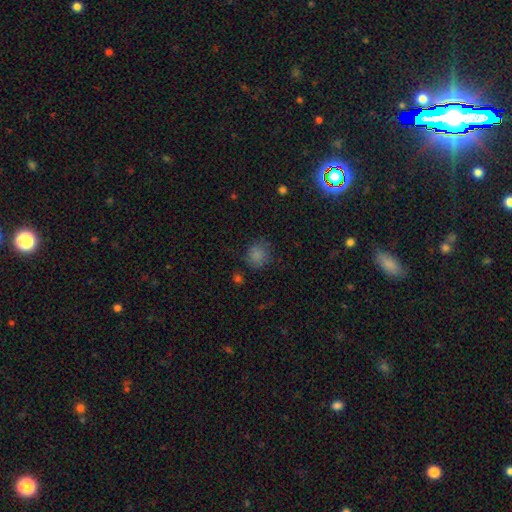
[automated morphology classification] Smooth or featured? smooth (65%)
How rounded? round (84%)
Merging? none (78%)